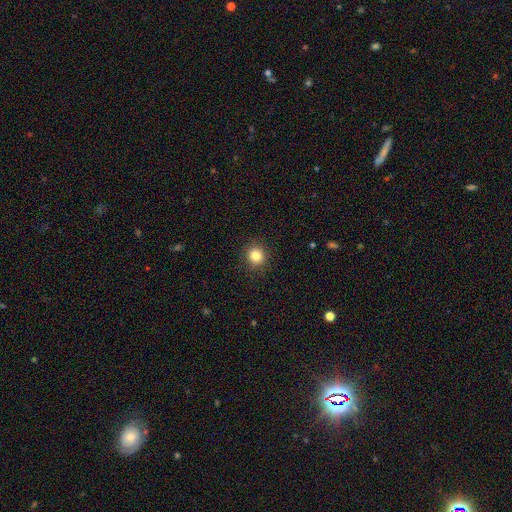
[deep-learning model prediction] A smooth galaxy with no disk features (84%) that is round (88%). Merging: none (90%).